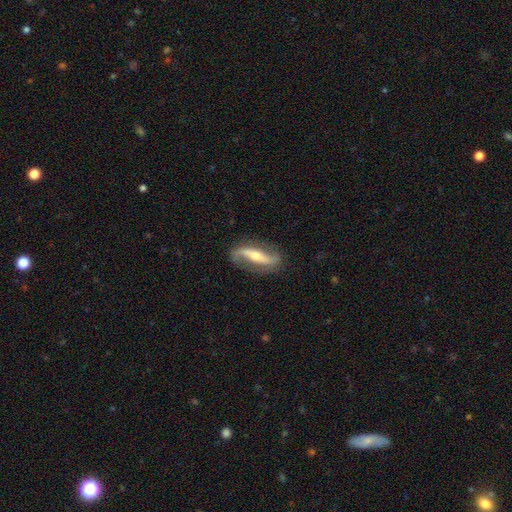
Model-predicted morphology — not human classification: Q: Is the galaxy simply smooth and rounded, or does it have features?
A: featured or disk — 83%.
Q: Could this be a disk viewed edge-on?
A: no — 82%.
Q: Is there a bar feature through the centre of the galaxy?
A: strong — 53%.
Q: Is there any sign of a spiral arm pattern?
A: yes — 93%.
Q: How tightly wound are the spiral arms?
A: loose — 63%.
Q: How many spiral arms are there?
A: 2 — 90%.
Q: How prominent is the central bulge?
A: moderate — 53%.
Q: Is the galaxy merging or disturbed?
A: none — 80%.